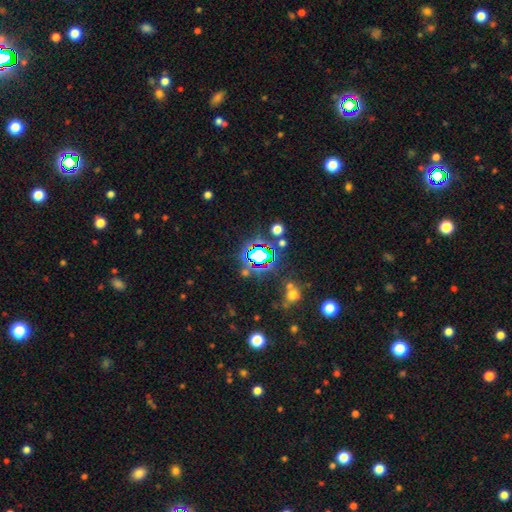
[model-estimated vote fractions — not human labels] A star or artifact, not a galaxy (70%).